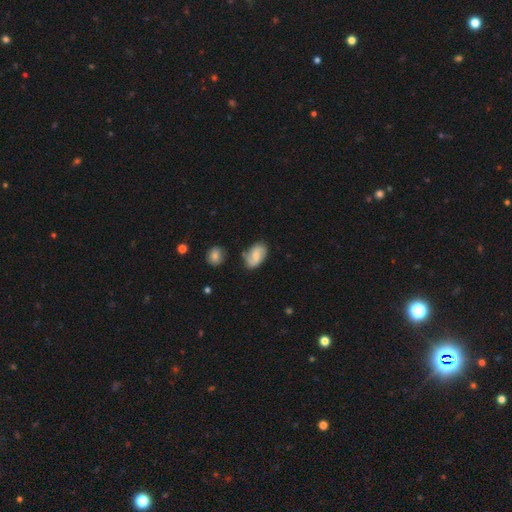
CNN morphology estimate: This appears to be a smooth galaxy with no disk features (47%). Merging: none (70%).